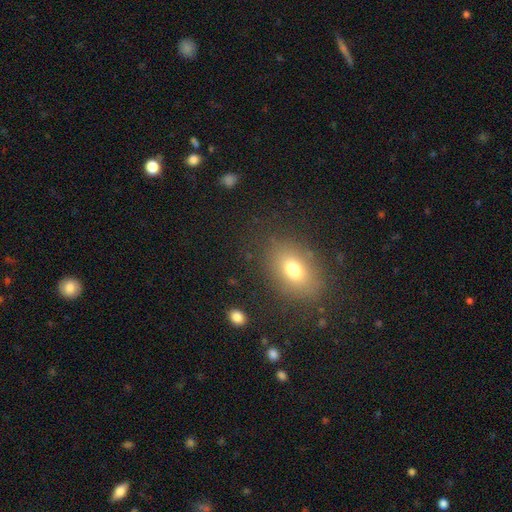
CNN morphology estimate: Overall: smooth (68%). How rounded: in between (74%). Merging: none (87%).